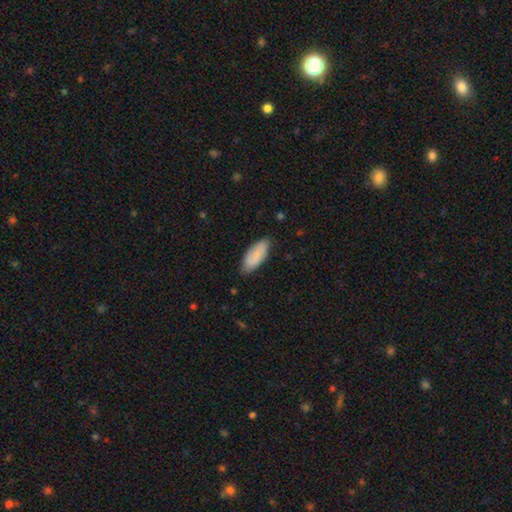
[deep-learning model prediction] This appears to be a smooth galaxy with no disk features (82%) that is in between round and cigar-shaped (83%). Merging: none (78%).